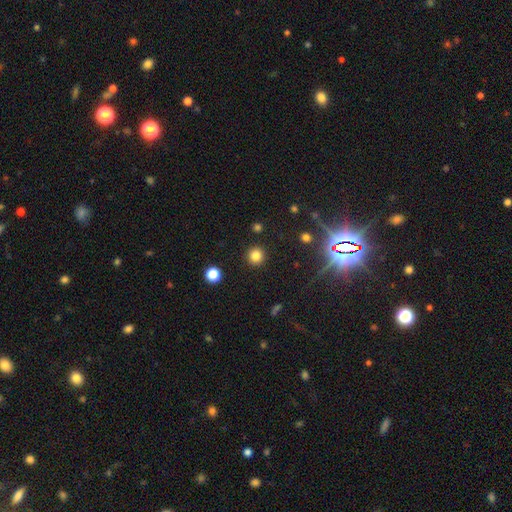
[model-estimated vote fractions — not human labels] smooth 81%, star or artifact 14%, featured or disk 5%. Down the decision tree: how rounded — round (94%); merging — none (91%).